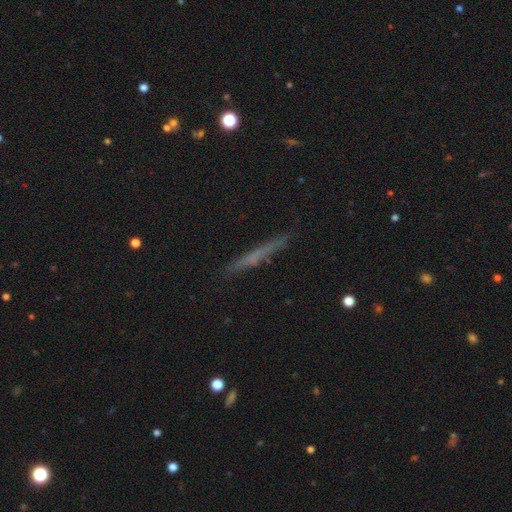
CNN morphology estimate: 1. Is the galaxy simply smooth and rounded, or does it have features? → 46% smooth, 44% featured or disk, 9% star or artifact.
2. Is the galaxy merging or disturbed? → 86% none, 10% minor disturbance, 2% major disturbance, 2% merger.